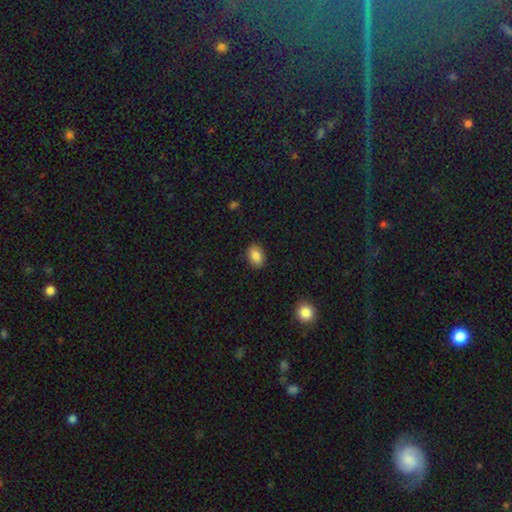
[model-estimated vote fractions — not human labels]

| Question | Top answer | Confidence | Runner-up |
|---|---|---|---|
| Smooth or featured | smooth | 86% | star or artifact (8%) |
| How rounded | in between | 77% | round (22%) |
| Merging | none | 88% | minor disturbance (9%) |